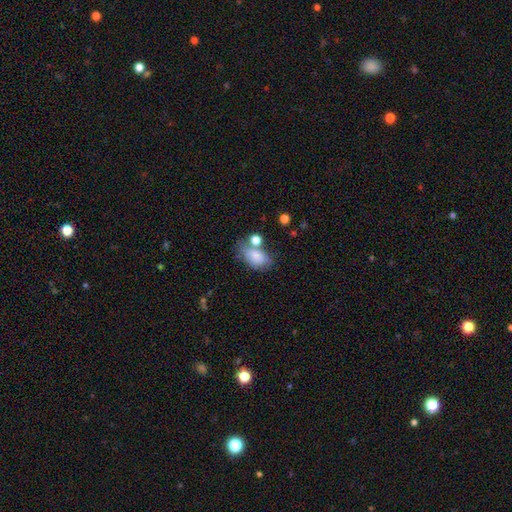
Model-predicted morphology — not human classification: smooth 77%, featured or disk 14%, star or artifact 9%. Down the decision tree: how rounded — in between (87%); merging — none (43%).